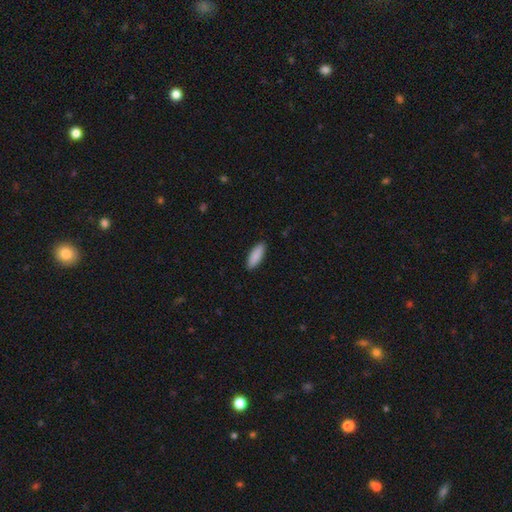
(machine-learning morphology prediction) smooth-or-featured: smooth: 90% | star or artifact: 5% | featured or disk: 5%
  how-rounded: in between: 65% | cigar-shaped: 34% | round: 2%
  merging: none: 89% | minor disturbance: 8% | major disturbance: 2% | merger: 1%